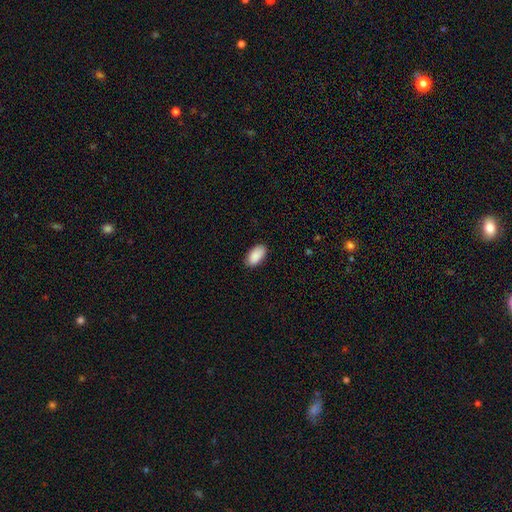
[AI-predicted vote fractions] Smooth or featured?
  - smooth: 90% *
  - star or artifact: 6%
  - featured or disk: 4%
How rounded?
  - in between: 95% *
  - round: 2%
  - cigar-shaped: 2%
Merging?
  - none: 86% *
  - minor disturbance: 11%
  - major disturbance: 2%
  - merger: 1%